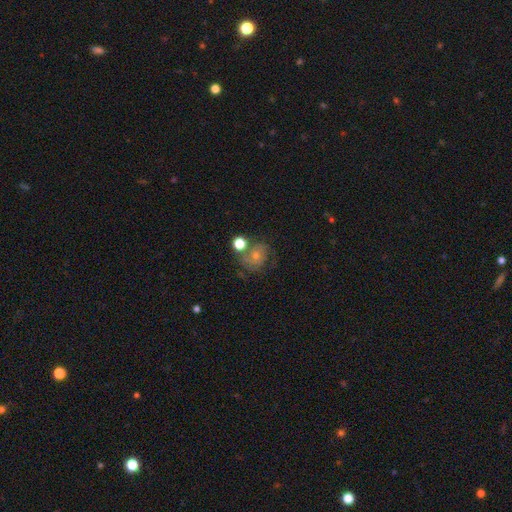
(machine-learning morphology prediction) Smooth or featured?
  - featured or disk: 43% *
  - smooth: 39%
  - star or artifact: 18%
Merging?
  - none: 59% *
  - minor disturbance: 18%
  - merger: 13%
  - major disturbance: 10%